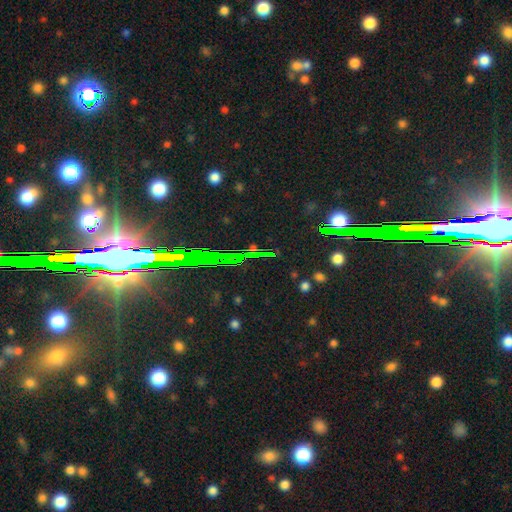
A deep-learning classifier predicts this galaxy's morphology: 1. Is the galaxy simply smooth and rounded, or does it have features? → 73% star or artifact, 14% smooth, 13% featured or disk.